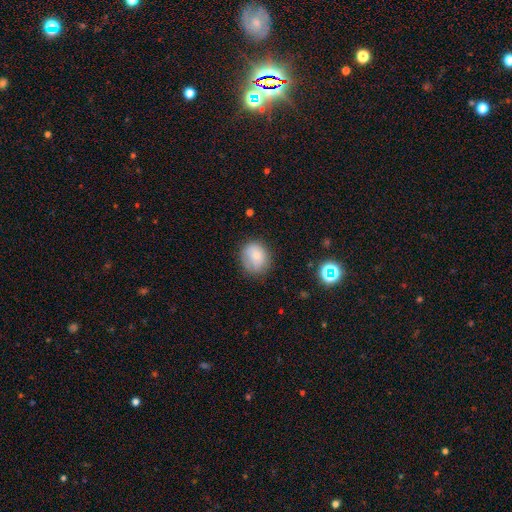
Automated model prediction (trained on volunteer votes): Smooth or featured: smooth — 74% (featured or disk — 16%)
How rounded: round — 66% (in between — 33%)
Merging: none — 67% (minor disturbance — 24%)